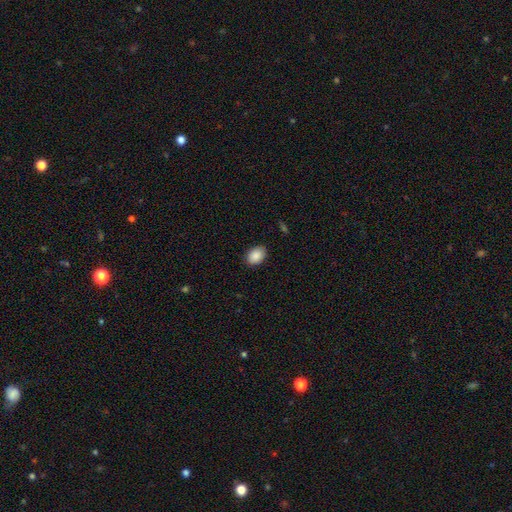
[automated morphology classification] This is clearly a smooth galaxy (89%). How rounded: likely in between (77%). Merging: clearly none (87%).